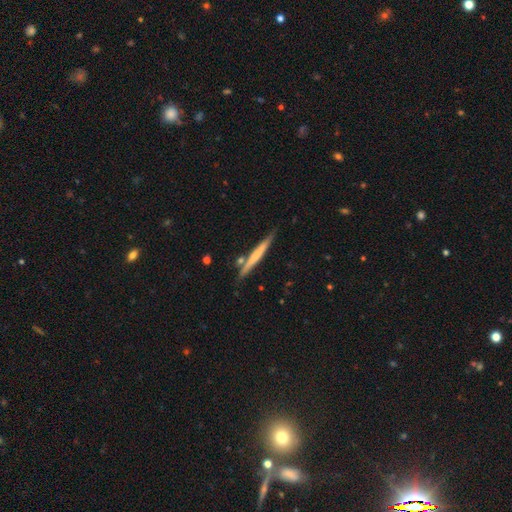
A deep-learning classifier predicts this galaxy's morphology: This is possibly a smooth galaxy (49%). Merging: likely none (80%).